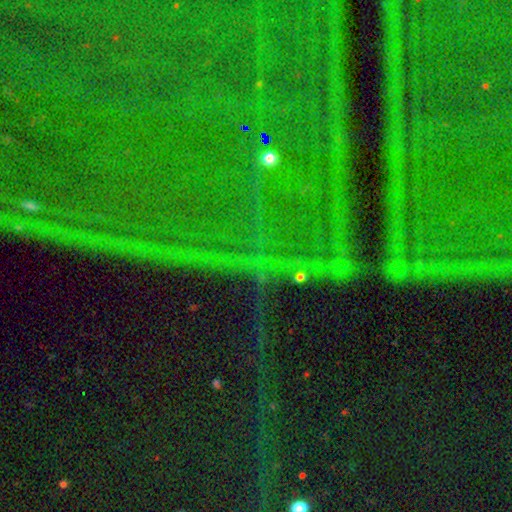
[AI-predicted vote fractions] This is clearly a star or artifact rather than a galaxy (87%).